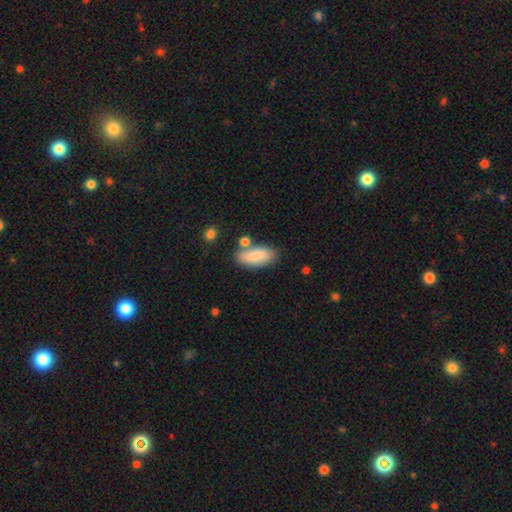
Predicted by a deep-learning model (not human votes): Smooth or featured? smooth (83%)
How rounded? in between (83%)
Merging? none (69%)